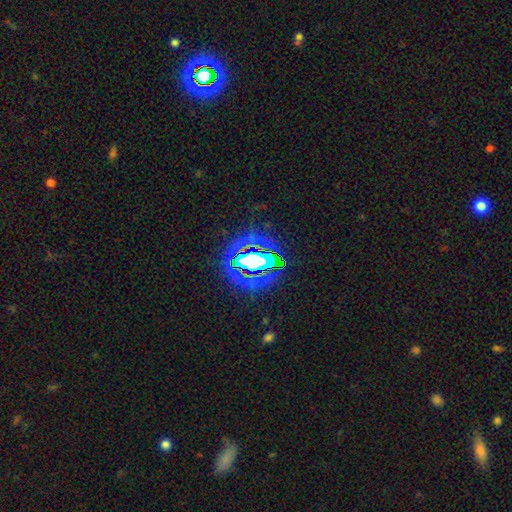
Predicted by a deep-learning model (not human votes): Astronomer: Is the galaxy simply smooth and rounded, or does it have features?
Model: star or artifact — 65%.